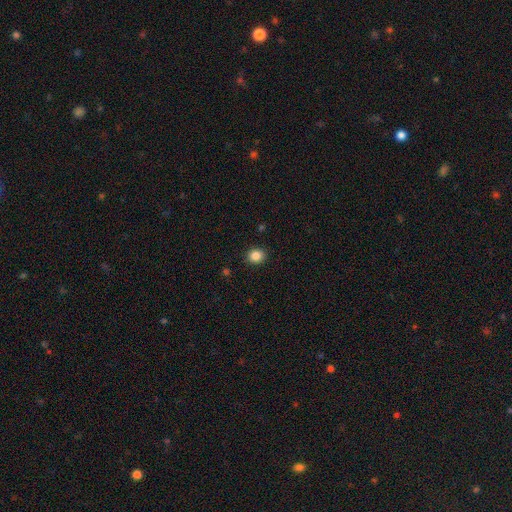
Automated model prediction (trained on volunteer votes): Overall: smooth (86%). How rounded: round (68%; in between 31%). Merging: none (90%).